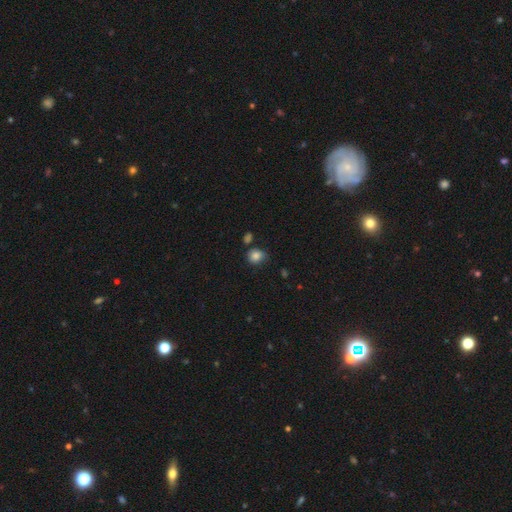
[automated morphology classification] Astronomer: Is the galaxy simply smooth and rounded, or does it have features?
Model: smooth — 85%.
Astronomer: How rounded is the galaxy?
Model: round — 63%.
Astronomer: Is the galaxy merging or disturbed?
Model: none — 66%.